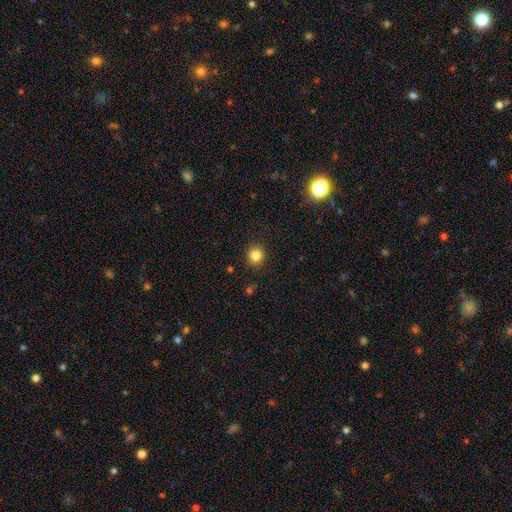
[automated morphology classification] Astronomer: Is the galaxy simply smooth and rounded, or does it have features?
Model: smooth — 84%.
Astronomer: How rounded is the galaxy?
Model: round — 86%.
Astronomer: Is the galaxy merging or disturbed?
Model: none — 90%.